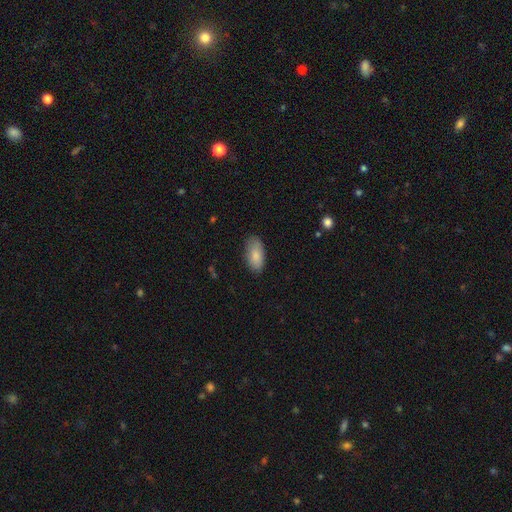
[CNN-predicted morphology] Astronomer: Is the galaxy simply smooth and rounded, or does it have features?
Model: smooth — 85%.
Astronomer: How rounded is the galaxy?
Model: in between — 93%.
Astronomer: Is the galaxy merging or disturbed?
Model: none — 81%.